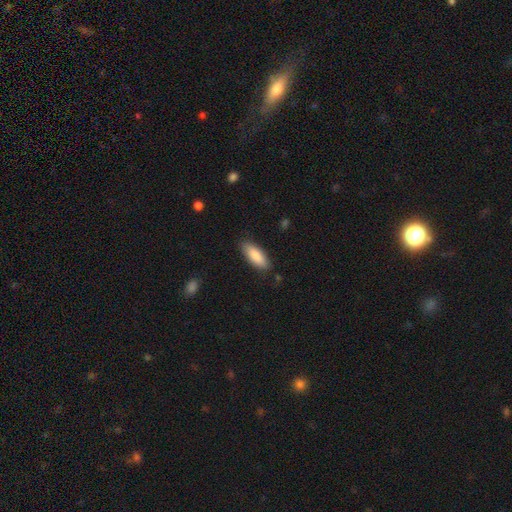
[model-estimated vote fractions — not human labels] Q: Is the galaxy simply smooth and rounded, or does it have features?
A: smooth — 88%.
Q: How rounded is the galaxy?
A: in between — 74%.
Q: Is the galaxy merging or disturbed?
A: none — 85%.